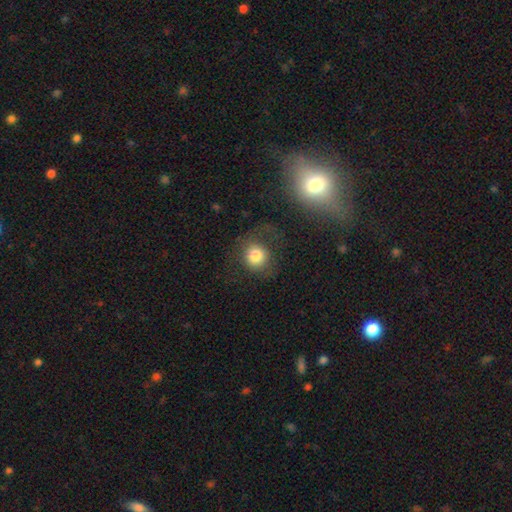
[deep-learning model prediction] This is likely a smooth galaxy (77%). How rounded: clearly round (83%). Merging: possibly none (58%).